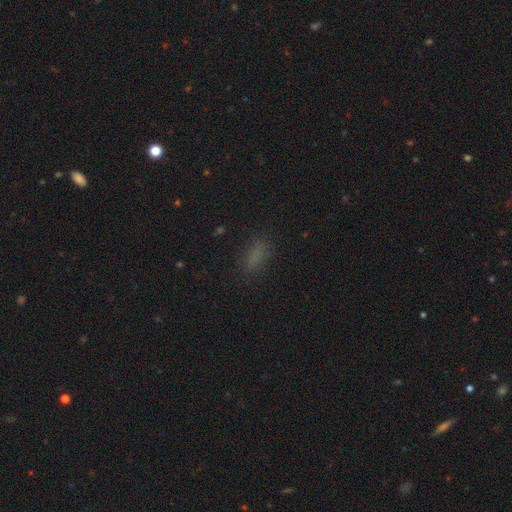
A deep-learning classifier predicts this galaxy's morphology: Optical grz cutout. It shows a smooth galaxy with no disk features (75%) that is in between round and cigar-shaped (75%). Merging: none (79%).